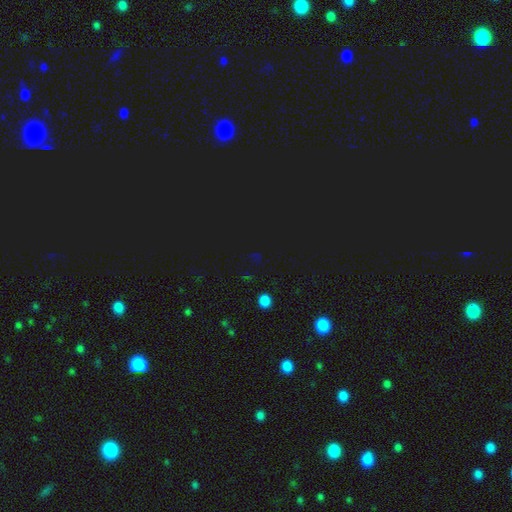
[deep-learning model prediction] Smooth or featured?
  - star or artifact: 70% *
  - smooth: 24%
  - featured or disk: 6%